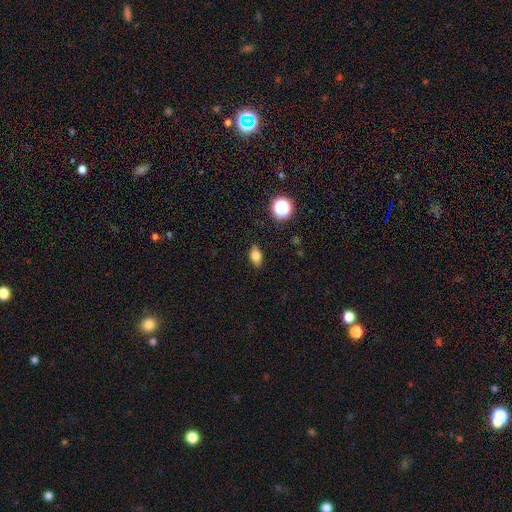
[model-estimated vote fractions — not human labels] smooth_or_featured: smooth (p=0.79) [alt: star or artifact p=0.12]
how_rounded: in between (p=0.84) [alt: round p=0.11]
merging: none (p=0.87) [alt: minor disturbance p=0.10]